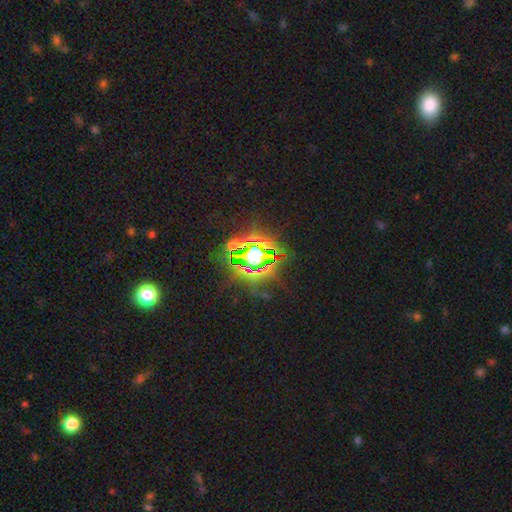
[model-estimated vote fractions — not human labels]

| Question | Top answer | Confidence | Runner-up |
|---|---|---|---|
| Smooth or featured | star or artifact | 77% | featured or disk (12%) |